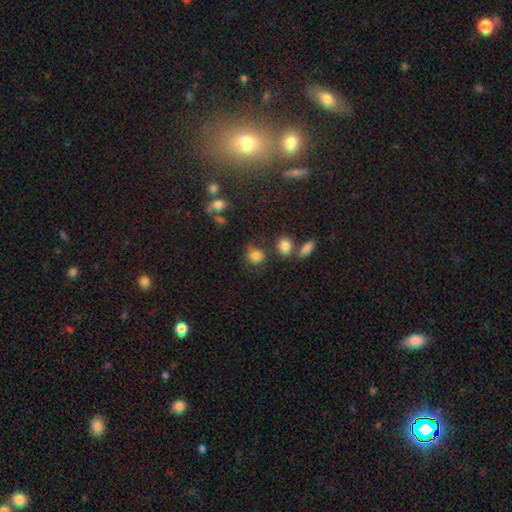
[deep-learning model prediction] Overall: smooth (81%). How rounded: round (70%). Merging: none (62%).